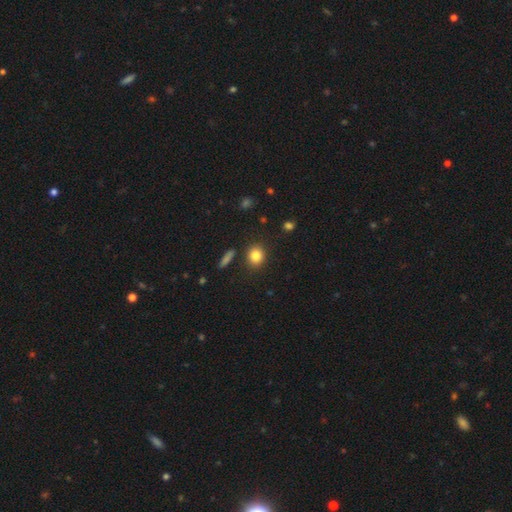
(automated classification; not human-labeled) smooth-or-featured: smooth: 84% | star or artifact: 10% | featured or disk: 6%
  how-rounded: round: 69% | in between: 29% | cigar-shaped: 2%
  merging: none: 85% | minor disturbance: 9% | merger: 3% | major disturbance: 3%